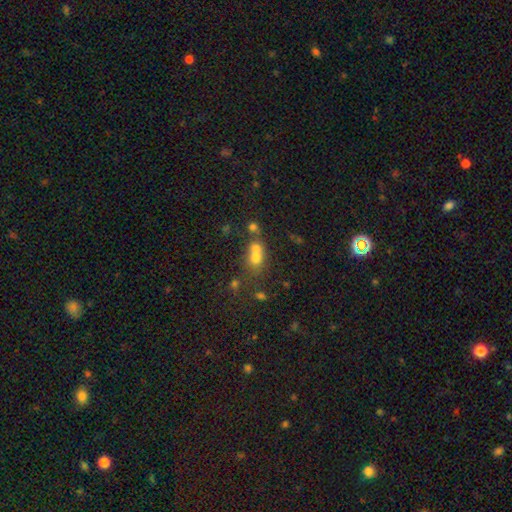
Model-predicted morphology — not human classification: The model was most divided on "merging": merger: 57%, none: 32%, minor disturbance: 7%, major disturbance: 4%. More confident: how rounded — round (66%); smooth or featured — smooth (62%).